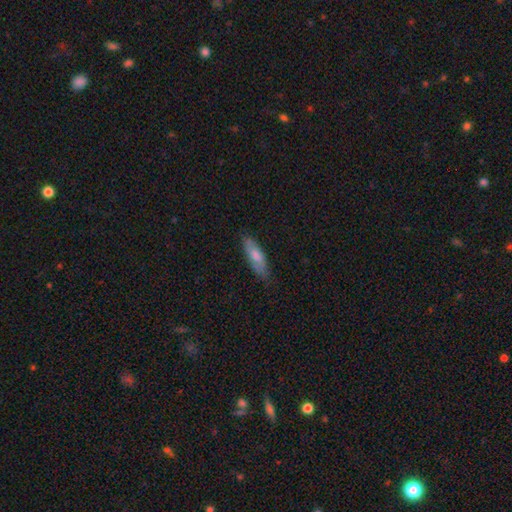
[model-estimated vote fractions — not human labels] smooth 72%, featured or disk 22%, star or artifact 6%. Down the decision tree: how rounded — in between (53%); merging — none (74%).